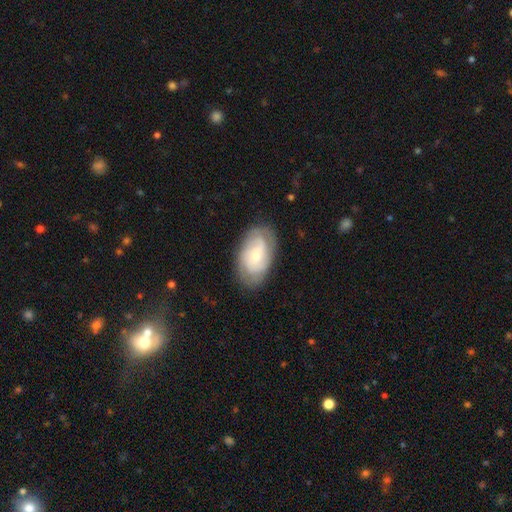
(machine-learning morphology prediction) Q: Smooth or featured?
A: featured or disk (61%); runner-up: smooth (33%)
Q: Edge-on disk?
A: no (95%); runner-up: yes (5%)
Q: Bar?
A: no (65%); runner-up: weak (29%)
Q: Spiral arms?
A: yes (86%); runner-up: no (14%)
Q: Bulge size?
A: small (63%); runner-up: moderate (31%)
Q: Merging?
A: none (78%); runner-up: minor disturbance (16%)